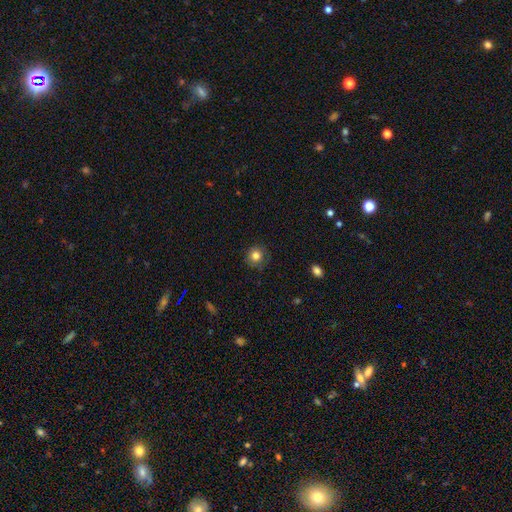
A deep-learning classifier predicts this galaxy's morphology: type=smooth (81%); roundness=round (91%); merging=none (82%).